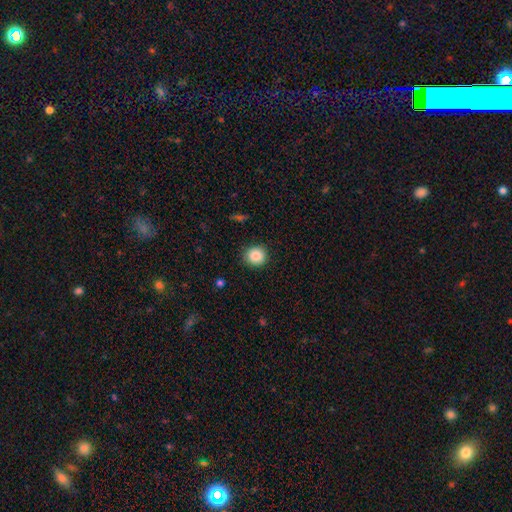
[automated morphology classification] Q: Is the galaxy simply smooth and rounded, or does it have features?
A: smooth — 87%.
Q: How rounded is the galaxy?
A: round — 88%.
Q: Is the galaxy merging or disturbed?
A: none — 89%.